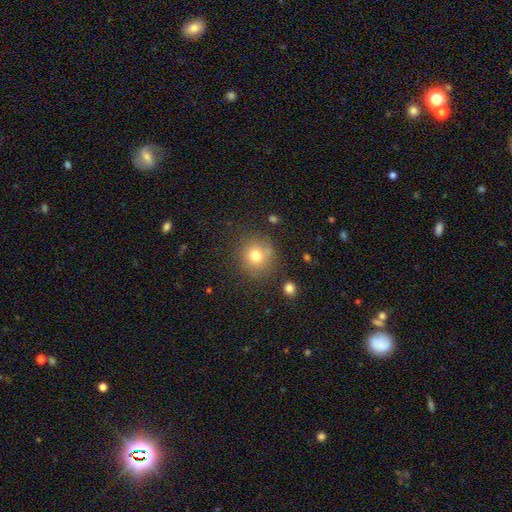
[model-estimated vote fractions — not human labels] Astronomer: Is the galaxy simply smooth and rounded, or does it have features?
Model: smooth — 76%.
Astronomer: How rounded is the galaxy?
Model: round — 91%.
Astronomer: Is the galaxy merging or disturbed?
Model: none — 80%.